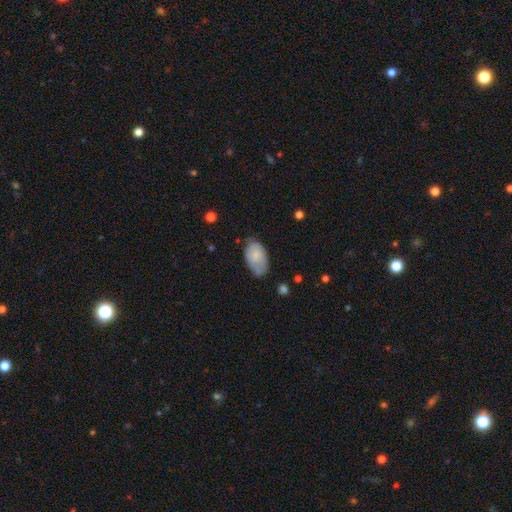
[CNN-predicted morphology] This appears to be a smooth galaxy with no disk features (75%) that is in between round and cigar-shaped (94%). Merging: none (56%).